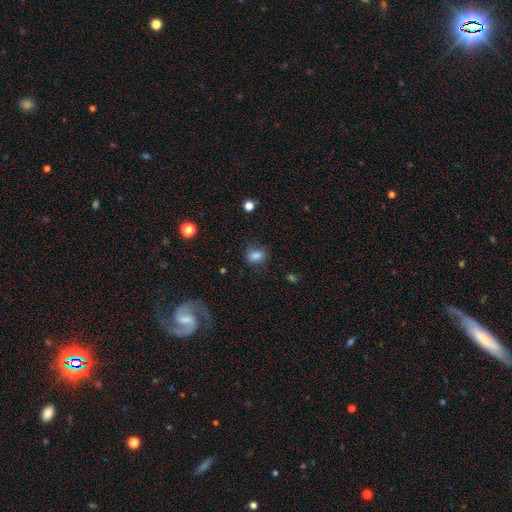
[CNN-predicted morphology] This appears to be a smooth galaxy with no disk features (82%) that is in between round and cigar-shaped (61%). Merging: none (76%).